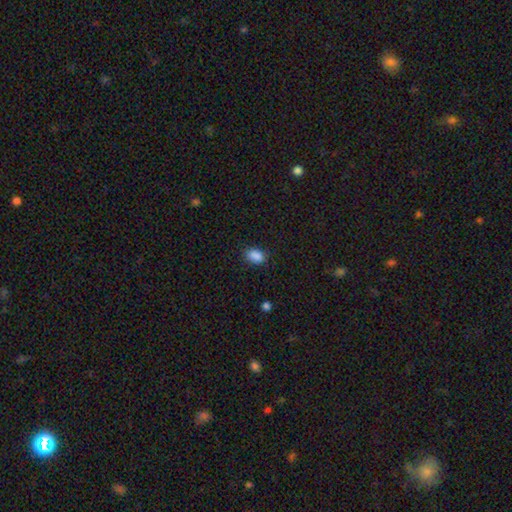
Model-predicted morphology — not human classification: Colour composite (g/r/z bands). It shows a smooth galaxy with no disk features (87%) that is in between round and cigar-shaped (83%). Merging: none (81%).